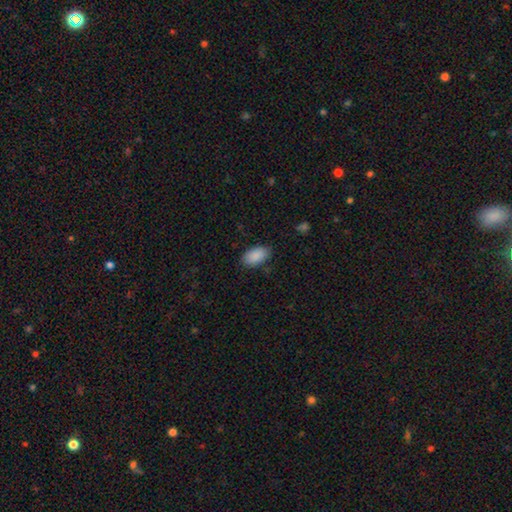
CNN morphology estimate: smooth_or_featured: smooth (p=0.90) [alt: star or artifact p=0.07]
how_rounded: in between (p=0.94) [alt: round p=0.04]
merging: none (p=0.84) [alt: minor disturbance p=0.12]